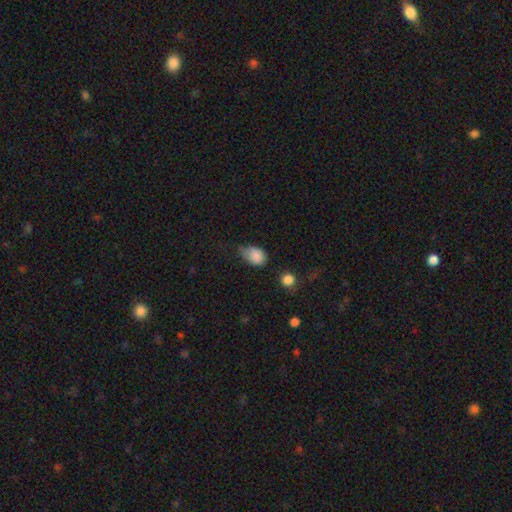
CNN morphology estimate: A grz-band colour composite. It shows a smooth galaxy with no disk features (84%) that is in between round and cigar-shaped (80%). Merging: minor disturbance (46%).